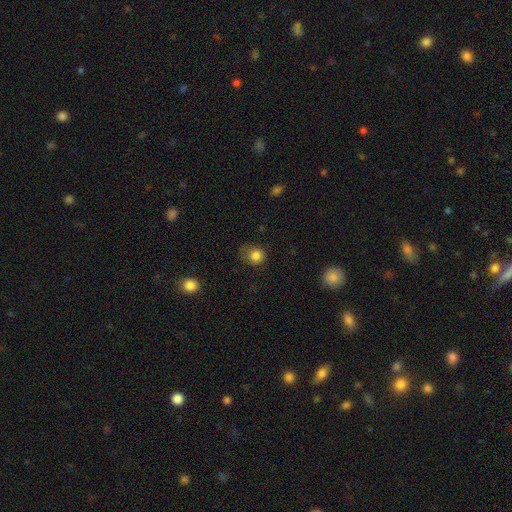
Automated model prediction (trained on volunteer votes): A smooth galaxy with no disk features (83%) that is round (78%). Merging: none (57%).